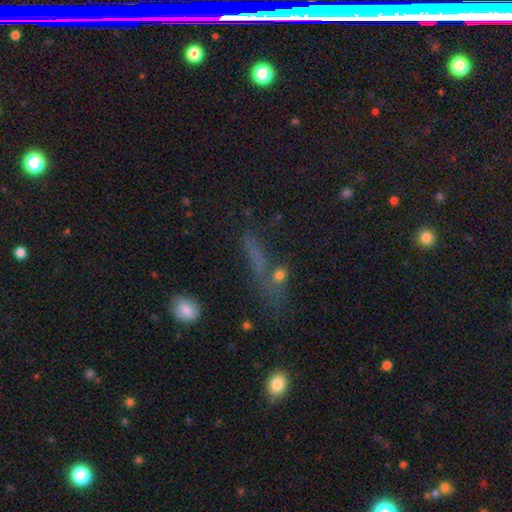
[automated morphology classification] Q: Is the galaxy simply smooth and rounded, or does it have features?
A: smooth — 47%.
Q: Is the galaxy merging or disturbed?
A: none — 54%.